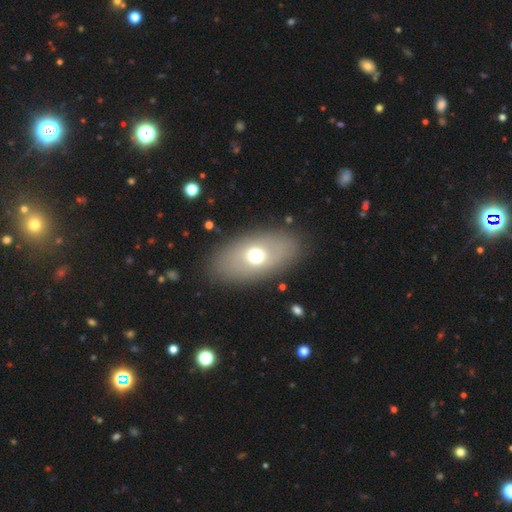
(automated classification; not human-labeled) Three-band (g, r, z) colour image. It shows a smooth galaxy with no disk features (59%) that is in between round and cigar-shaped (88%). Merging: none (85%).